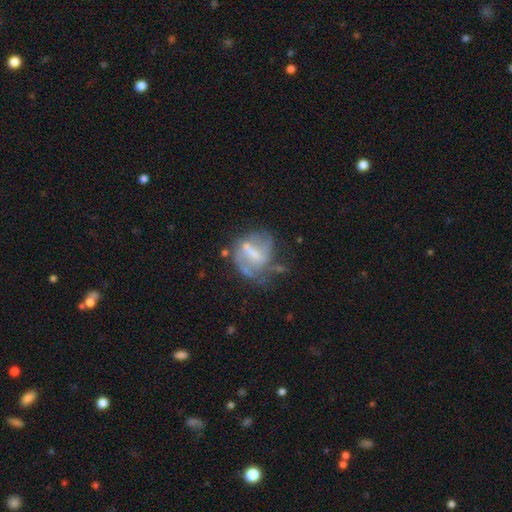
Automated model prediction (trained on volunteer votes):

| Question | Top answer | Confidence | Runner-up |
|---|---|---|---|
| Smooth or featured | featured or disk | 68% | smooth (22%) |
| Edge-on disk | no | 96% | yes (4%) |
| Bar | weak | 42% | strong (38%) |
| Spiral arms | yes | 61% | no (39%) |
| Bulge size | small | 34% | none (33%) |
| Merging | none | 44% | major disturbance (24%) |